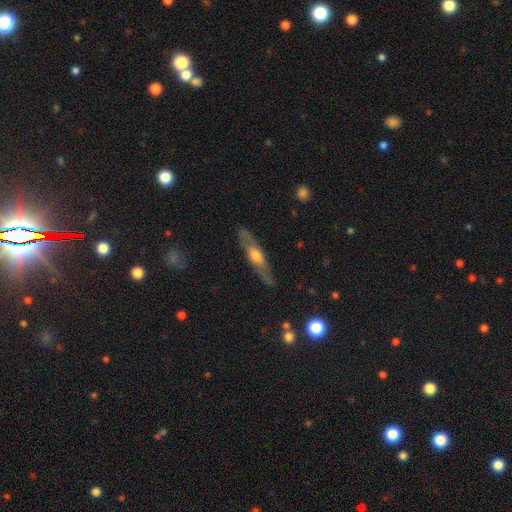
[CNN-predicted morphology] smooth-or-featured: featured or disk: 61% | smooth: 33% | star or artifact: 6%
  disk-edge-on: yes: 77% | no: 23%
  merging: none: 83% | minor disturbance: 12% | major disturbance: 3% | merger: 1%